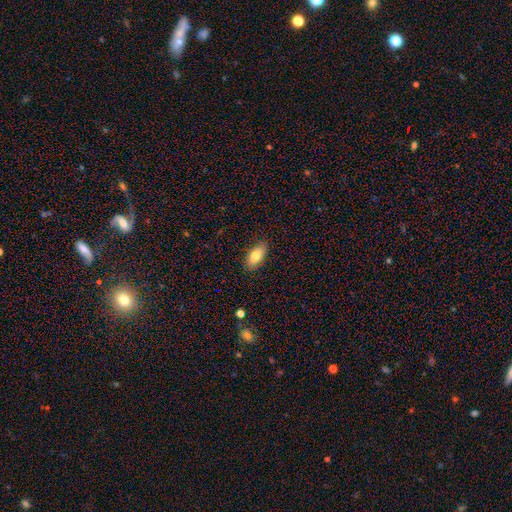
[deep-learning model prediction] Smooth or featured? smooth (80%)
How rounded? in between (89%)
Merging? none (86%)